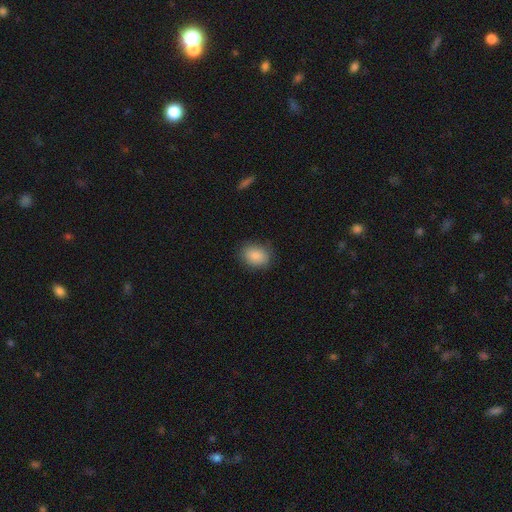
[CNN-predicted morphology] This appears to be a smooth galaxy with no disk features (87%) that is in between round and cigar-shaped (62%). Merging: none (84%).